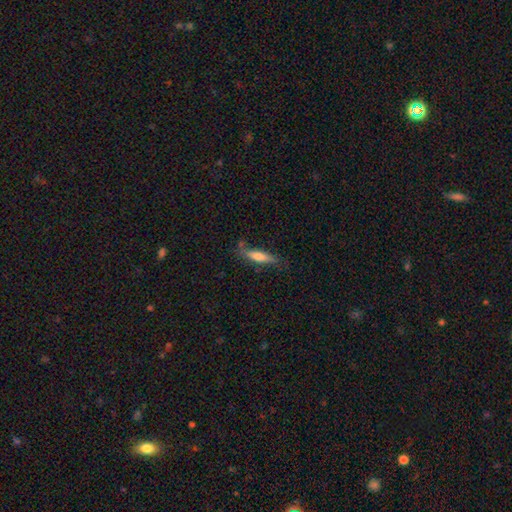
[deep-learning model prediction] The model was most divided on "smooth or featured": smooth: 58%, featured or disk: 35%, star or artifact: 7%. More confident: how rounded — cigar-shaped (79%); merging — none (68%).